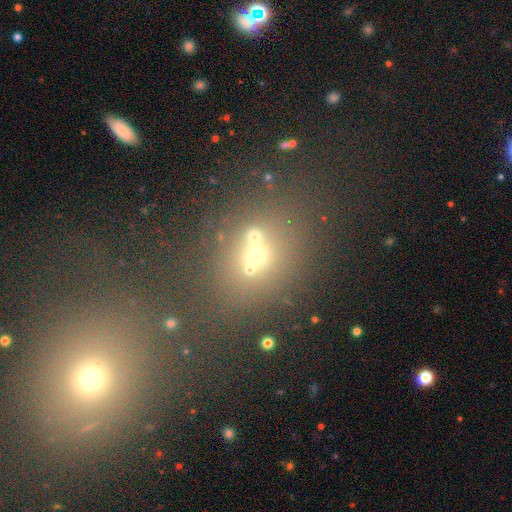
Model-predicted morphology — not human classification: Smooth or featured? smooth (45%)
Merging? merger (43%)